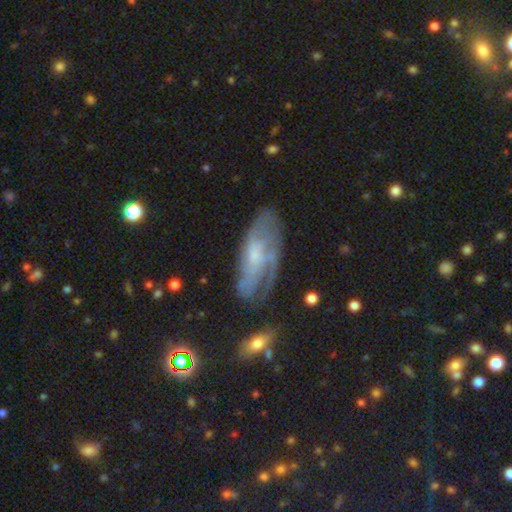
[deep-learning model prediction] Smooth or featured? Predicted: featured or disk (p=0.68). Edge-on disk? Predicted: no (p=0.89). Bar? Predicted: no (p=0.65). Spiral arms? Predicted: yes (p=0.82). Bulge size? Predicted: small (p=0.48). Merging? Predicted: none (p=0.57).